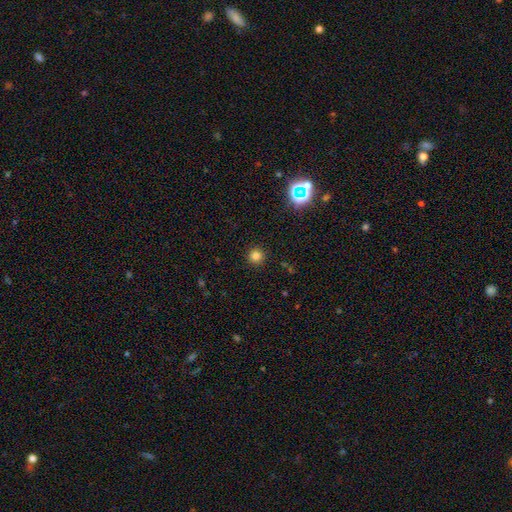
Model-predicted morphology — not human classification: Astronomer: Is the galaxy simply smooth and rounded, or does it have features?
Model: smooth — 81%.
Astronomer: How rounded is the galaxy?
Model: round — 95%.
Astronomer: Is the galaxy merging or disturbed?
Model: none — 91%.